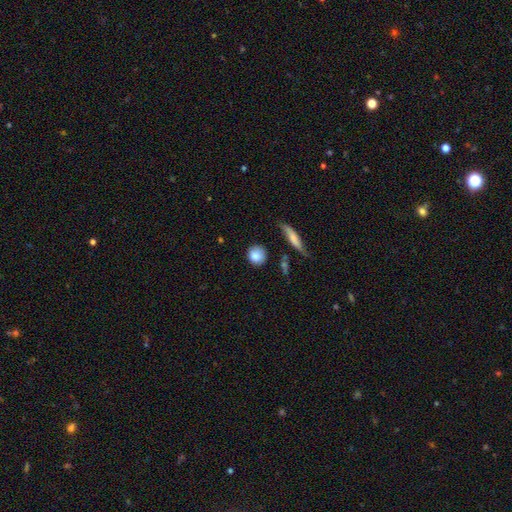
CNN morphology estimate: Overall: smooth (85%). How rounded: round (86%). Merging: none (80%).